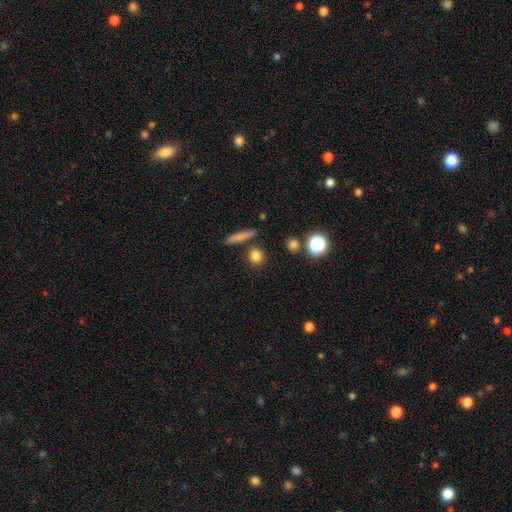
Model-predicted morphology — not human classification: smooth 81%, star or artifact 12%, featured or disk 7%. Down the decision tree: how rounded — round (84%); merging — none (84%).